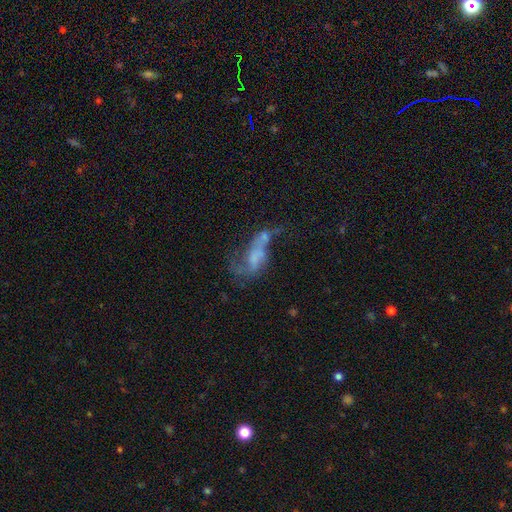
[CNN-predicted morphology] Overall: featured or disk (54%; smooth 32%). Edge-on disk: no (95%). Bar: no (74%). Spiral arms: no (65%; yes 35%). Bulge size: none (63%). Merging: major disturbance (35%; merger 30%).